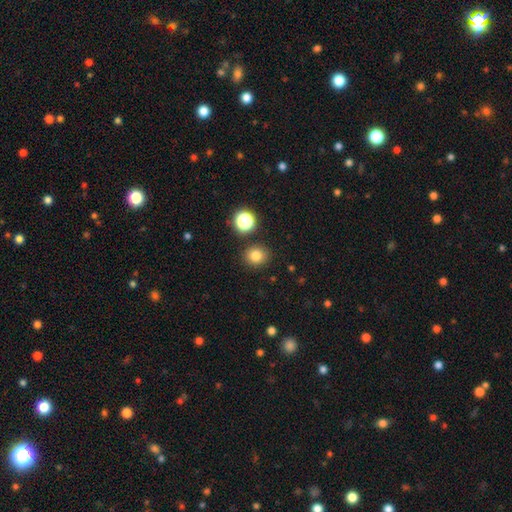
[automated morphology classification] Overall: smooth (80%). How rounded: round (78%). Merging: none (86%).